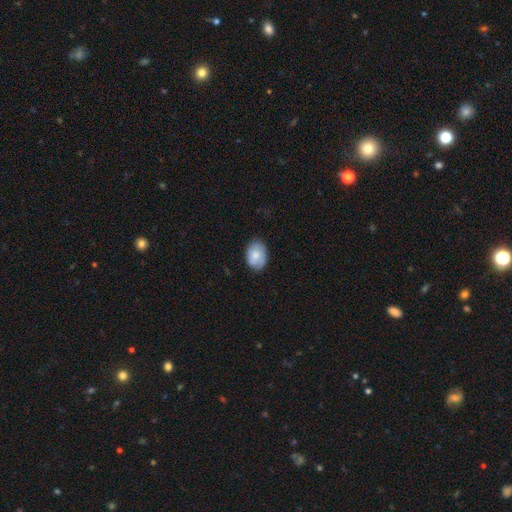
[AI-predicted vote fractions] Smooth or featured? Predicted: smooth (p=0.77). How rounded? Predicted: in between (p=0.80). Merging? Predicted: none (p=0.77).